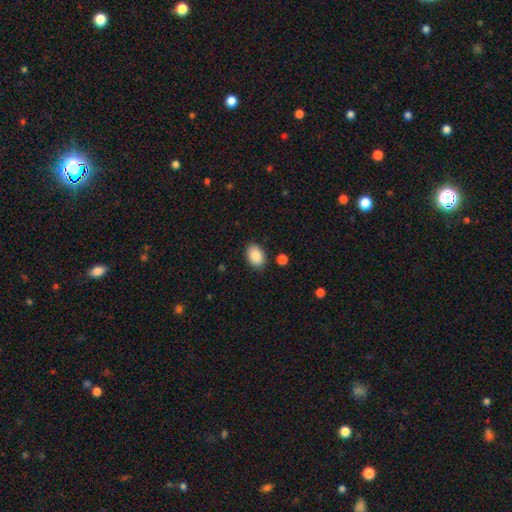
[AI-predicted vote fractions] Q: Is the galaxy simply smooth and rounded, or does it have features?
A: smooth — 89%.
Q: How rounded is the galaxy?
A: in between — 83%.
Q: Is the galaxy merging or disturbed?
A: none — 86%.